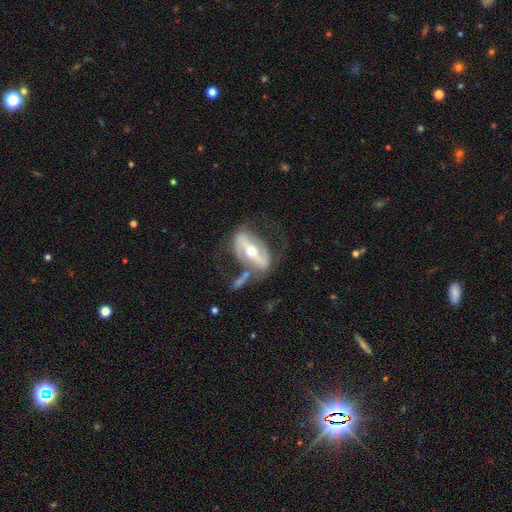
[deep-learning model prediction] Smooth or featured?
  - featured or disk: 81% *
  - smooth: 14%
  - star or artifact: 5%
Edge-on disk?
  - no: 89% *
  - yes: 11%
Bar?
  - strong: 64% *
  - weak: 21%
  - no: 16%
Spiral arms?
  - yes: 70% *
  - no: 30%
Spiral winding?
  - loose: 41% *
  - medium: 37%
  - tight: 22%
Spiral arm count?
  - 2: 81% *
  - can't tell: 11%
  - 1: 5%
  - 3: 1%
  - 4: 1%
  - more than 4: 1%
Bulge size?
  - moderate: 64% *
  - small: 31%
  - large: 3%
  - dominant: 1%
  - none: 1%
Merging?
  - none: 45% *
  - major disturbance: 23%
  - minor disturbance: 20%
  - merger: 12%